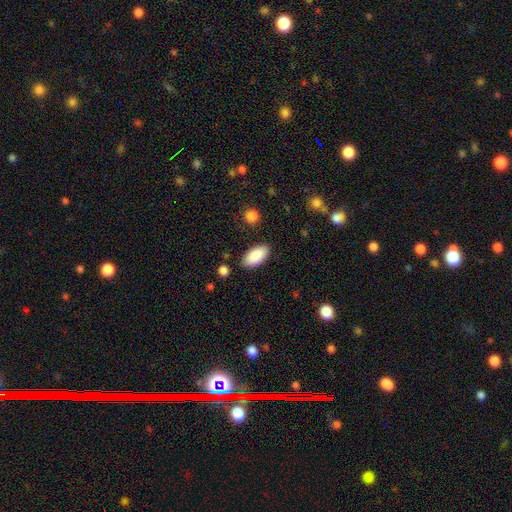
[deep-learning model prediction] smooth-or-featured: smooth: 89% | star or artifact: 6% | featured or disk: 5%
  how-rounded: in between: 92% | cigar-shaped: 6% | round: 2%
  merging: none: 87% | minor disturbance: 9% | major disturbance: 2% | merger: 2%